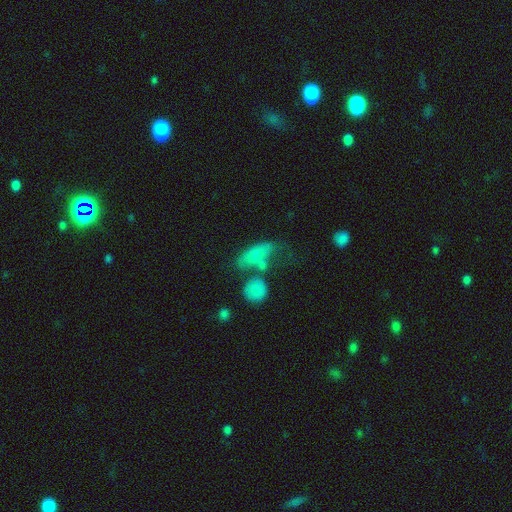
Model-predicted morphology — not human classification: Smooth or featured? smooth (59%)
How rounded? in between (68%)
Merging? none (36%)